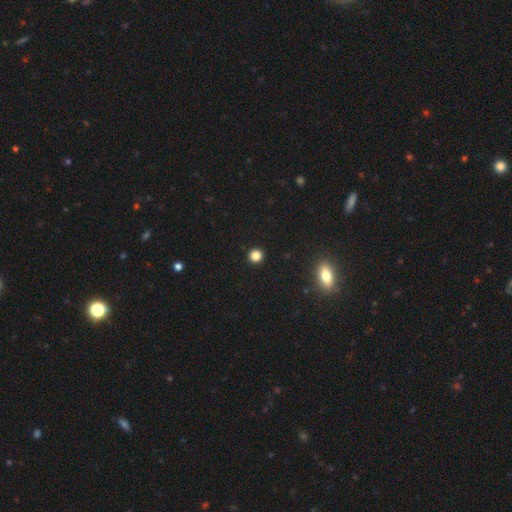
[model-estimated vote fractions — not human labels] This is clearly a smooth galaxy (83%). How rounded: clearly round (94%). Merging: clearly none (94%).